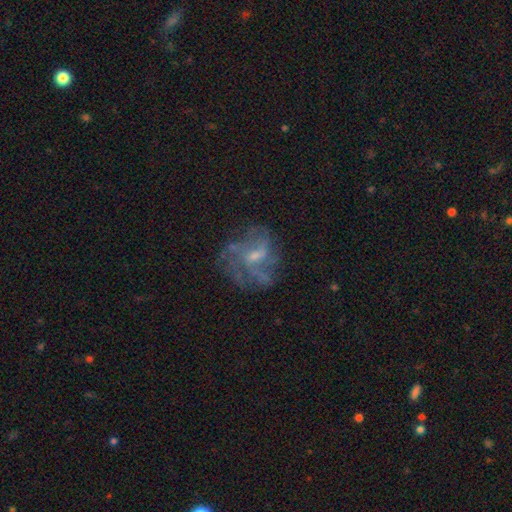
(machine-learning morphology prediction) Overall: featured or disk (69%). Edge-on disk: no (97%). Bar: no (46%, tied with weak). Spiral arms: yes (65%; no 35%). Bulge size: small (50%; moderate 34%). Merging: none (52%; major disturbance 26%).